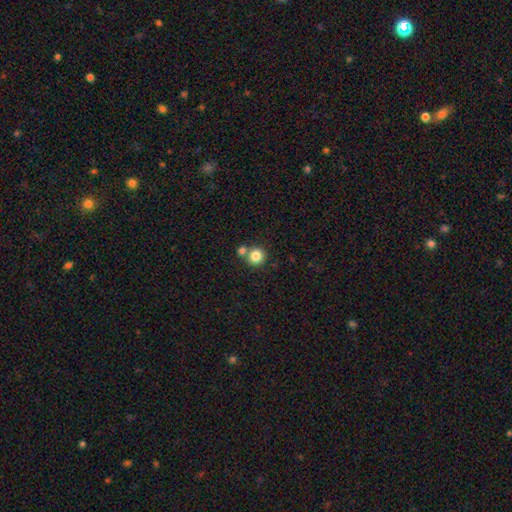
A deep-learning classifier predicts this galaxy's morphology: Smooth or featured? Predicted: smooth (p=0.83). How rounded? Predicted: round (p=0.92). Merging? Predicted: none (p=0.65).